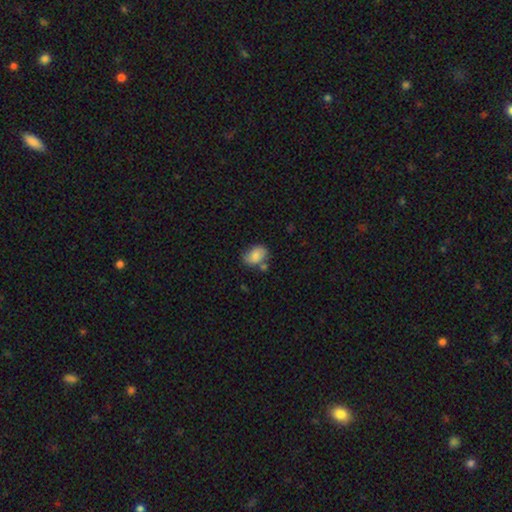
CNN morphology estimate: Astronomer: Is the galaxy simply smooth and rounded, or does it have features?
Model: smooth — 80%.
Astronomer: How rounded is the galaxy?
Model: in between — 79%.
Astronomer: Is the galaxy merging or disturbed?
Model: none — 62%.